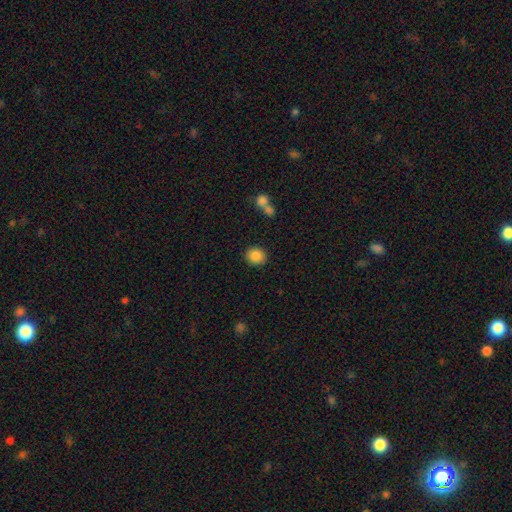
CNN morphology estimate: Q: Smooth or featured?
A: smooth (86%); runner-up: star or artifact (8%)
Q: How rounded?
A: round (75%); runner-up: in between (24%)
Q: Merging?
A: none (87%); runner-up: minor disturbance (8%)